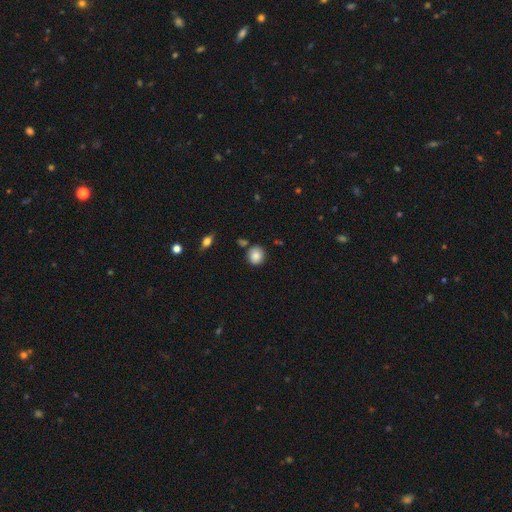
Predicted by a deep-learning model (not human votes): smooth-or-featured: smooth: 86% | star or artifact: 8% | featured or disk: 6%
  how-rounded: round: 80% | in between: 19% | cigar-shaped: 1%
  merging: none: 81% | minor disturbance: 11% | merger: 5% | major disturbance: 3%